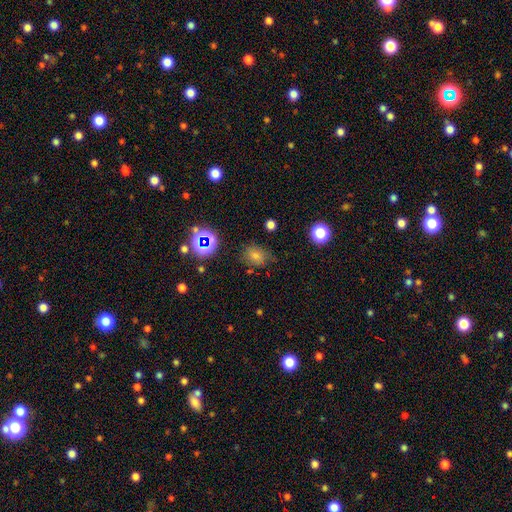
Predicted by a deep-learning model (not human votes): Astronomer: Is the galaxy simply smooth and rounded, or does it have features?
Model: smooth — 70%.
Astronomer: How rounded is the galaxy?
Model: in between — 52% (runner-up: round, 47%).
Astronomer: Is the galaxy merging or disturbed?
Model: none — 68%.